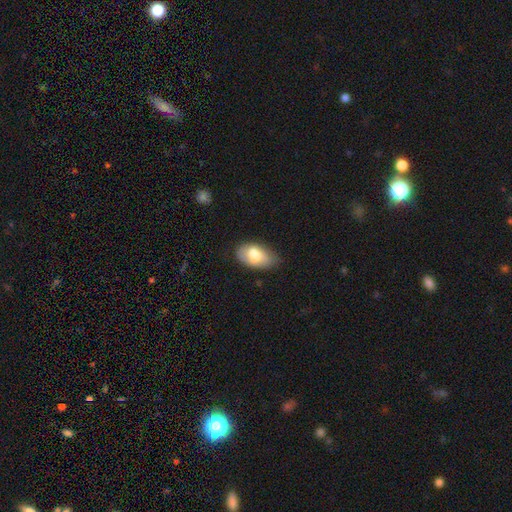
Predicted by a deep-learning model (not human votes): A smooth galaxy with no disk features (70%) that is in between round and cigar-shaped (93%). Merging: none (47%).